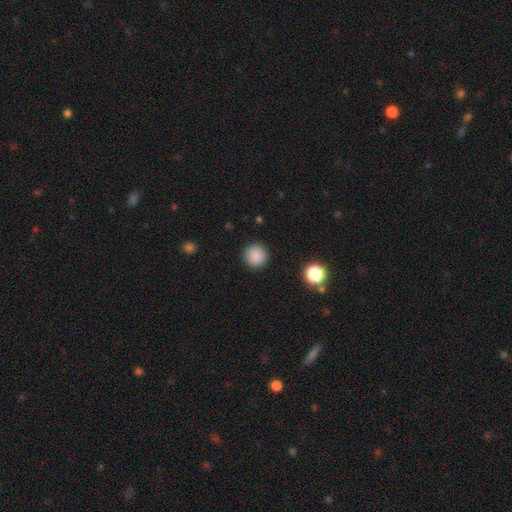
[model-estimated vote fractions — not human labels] Smooth or featured?
  - smooth: 87% *
  - star or artifact: 10%
  - featured or disk: 3%
How rounded?
  - round: 94% *
  - in between: 5%
  - cigar-shaped: 1%
Merging?
  - none: 91% *
  - minor disturbance: 6%
  - major disturbance: 2%
  - merger: 1%